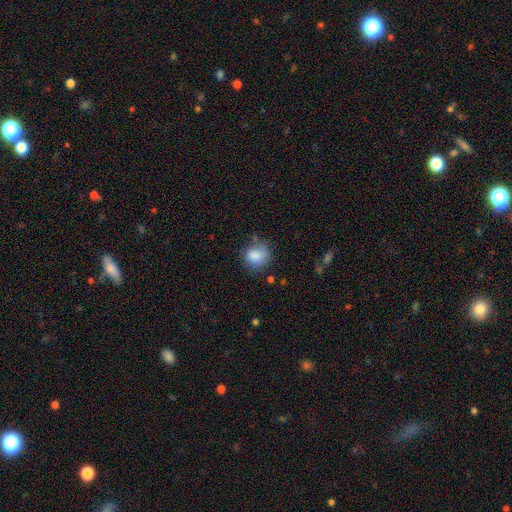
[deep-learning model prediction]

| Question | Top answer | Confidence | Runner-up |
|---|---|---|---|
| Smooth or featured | smooth | 85% | star or artifact (9%) |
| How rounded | round | 73% | in between (26%) |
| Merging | none | 65% | minor disturbance (23%) |